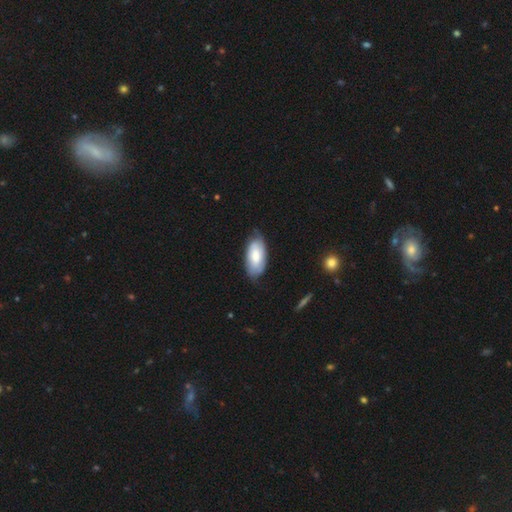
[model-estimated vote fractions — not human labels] Q: Smooth or featured?
A: smooth (62%); runner-up: featured or disk (32%)
Q: How rounded?
A: in between (92%); runner-up: cigar-shaped (6%)
Q: Merging?
A: none (67%); runner-up: minor disturbance (26%)